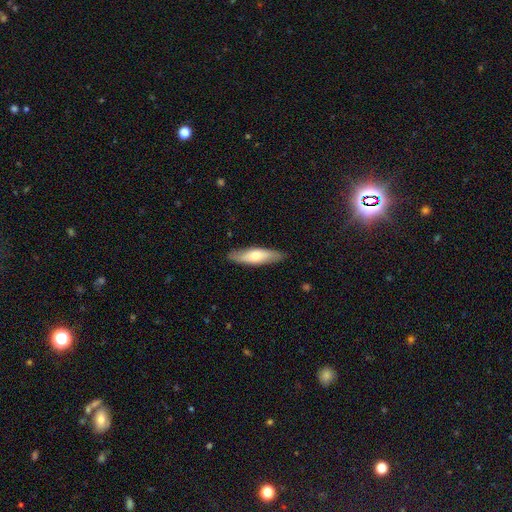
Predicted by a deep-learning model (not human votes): This appears to be a smooth galaxy with no disk features (61%) that is cigar-shaped (65%). Merging: none (86%).